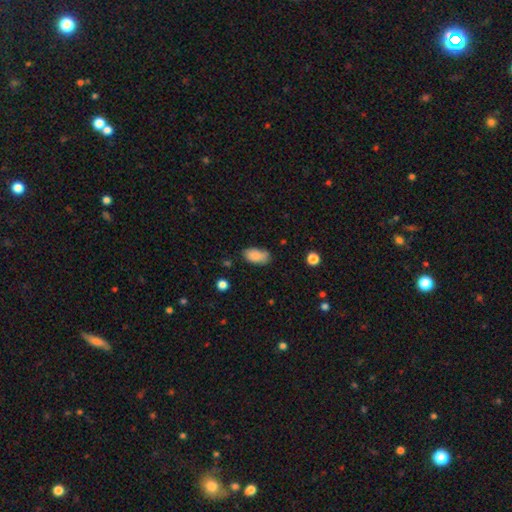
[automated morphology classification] This is clearly a smooth galaxy (87%). How rounded: clearly in between (93%). Merging: likely none (74%).